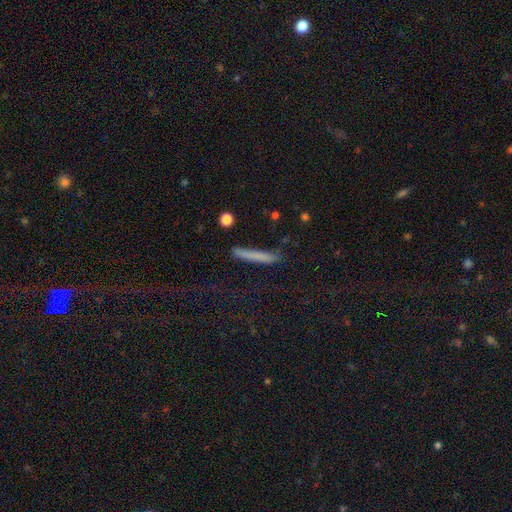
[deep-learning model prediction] A smooth galaxy with no disk features (73%) that is cigar-shaped (94%).

Vote fractions:
- Smooth or featured? smooth: 73% / featured or disk: 17% / star or artifact: 10%
- How rounded? cigar-shaped: 94% / in between: 4% / round: 2%
- Merging? none: 79% / minor disturbance: 15% / major disturbance: 4% / merger: 3%